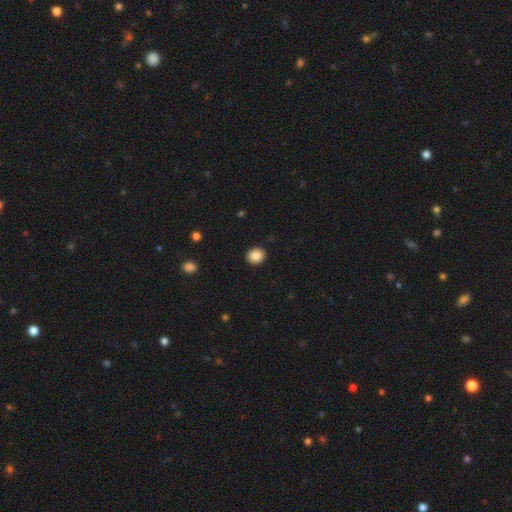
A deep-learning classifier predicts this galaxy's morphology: Overall: smooth (87%). How rounded: round (77%). Merging: none (92%).